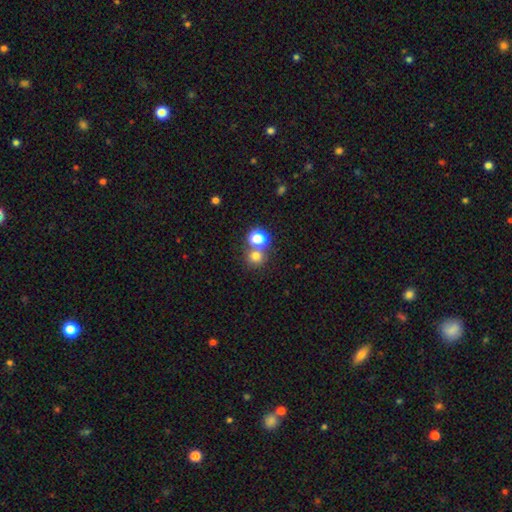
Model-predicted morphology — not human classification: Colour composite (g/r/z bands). It shows a smooth galaxy with no disk features (73%) that is round (90%). Merging: none (63%).